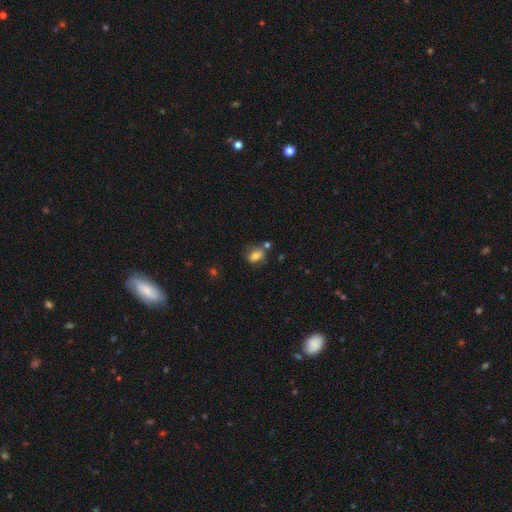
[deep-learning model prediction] Q: Smooth or featured?
A: smooth (73%); runner-up: featured or disk (16%)
Q: How rounded?
A: in between (70%); runner-up: round (28%)
Q: Merging?
A: none (56%); runner-up: minor disturbance (20%)